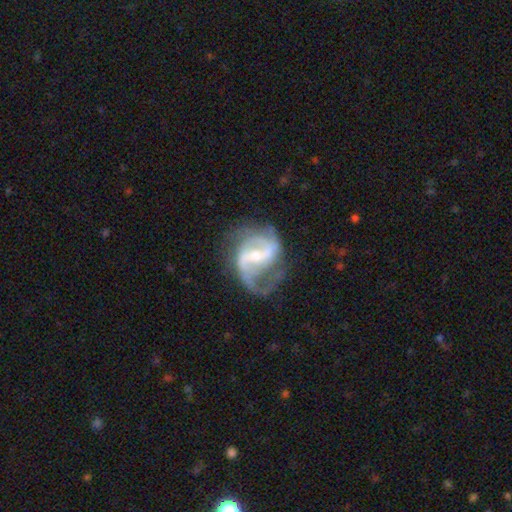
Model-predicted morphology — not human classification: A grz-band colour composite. It shows a featured or disk galaxy (89%) with a strong bar (44%), 2 (81%) medium (49%) spiral arms (96%) and a small central bulge (53%). Merging: none (57%).